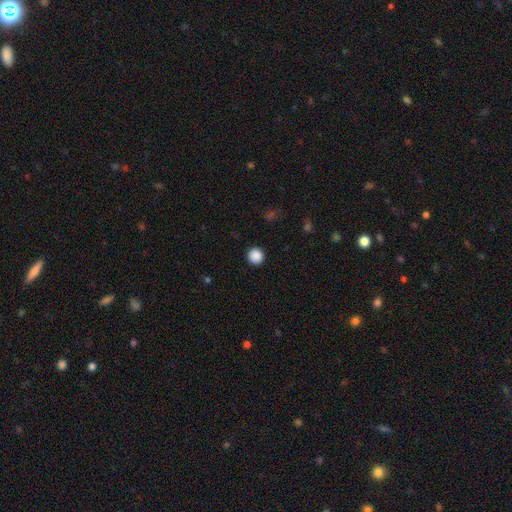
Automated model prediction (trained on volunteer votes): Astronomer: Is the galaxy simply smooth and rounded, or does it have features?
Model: smooth — 88%.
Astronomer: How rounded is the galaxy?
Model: round — 95%.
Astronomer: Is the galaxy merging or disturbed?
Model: none — 93%.